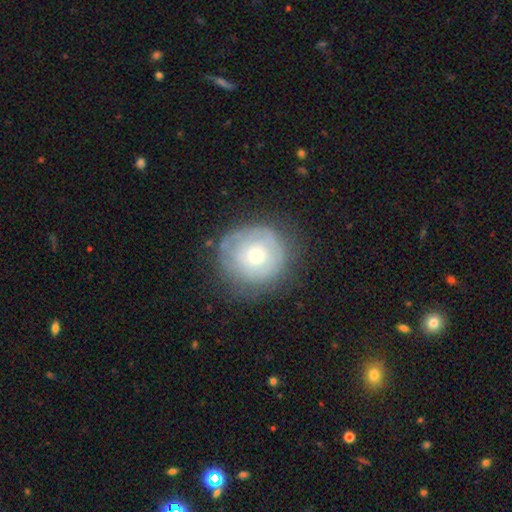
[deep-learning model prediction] Overall: smooth (48%; featured or disk 44%). Merging: none (68%).